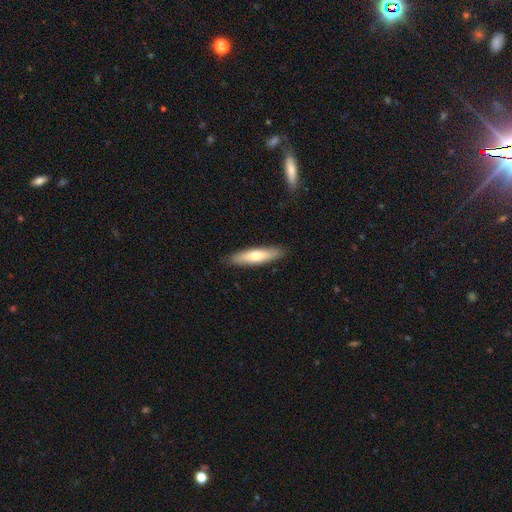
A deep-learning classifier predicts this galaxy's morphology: A smooth galaxy with no disk features (67%) that is cigar-shaped (76%).

Vote fractions:
- Smooth or featured? smooth: 67% / featured or disk: 28% / star or artifact: 5%
- How rounded? cigar-shaped: 76% / in between: 23% / round: 1%
- Merging? none: 88% / minor disturbance: 9% / major disturbance: 2% / merger: 1%